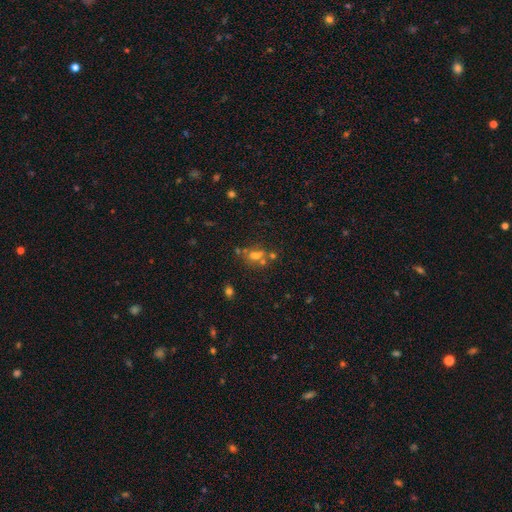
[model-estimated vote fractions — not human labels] Overall: smooth (49%; star or artifact 30%). Merging: none (48%; merger 32%).